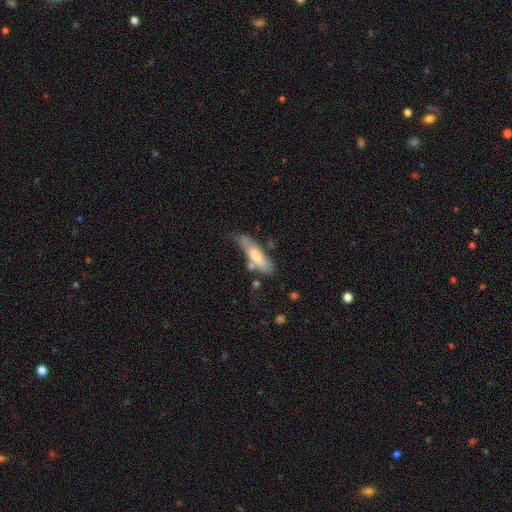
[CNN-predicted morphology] Smooth or featured?
  - smooth: 54% *
  - featured or disk: 40%
  - star or artifact: 6%
How rounded?
  - cigar-shaped: 62% *
  - in between: 36%
  - round: 2%
Merging?
  - none: 49% *
  - minor disturbance: 29%
  - major disturbance: 11%
  - merger: 11%